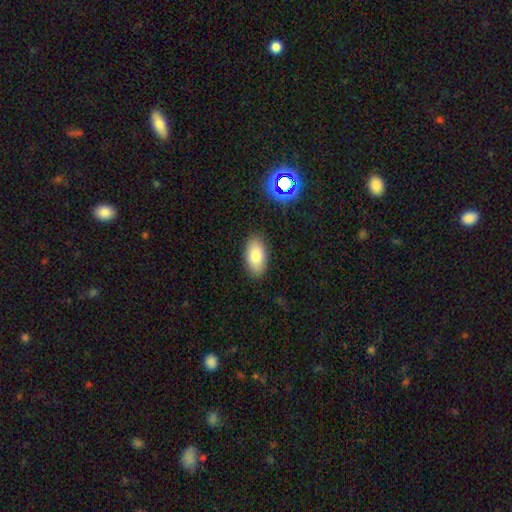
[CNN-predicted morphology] type=smooth (80%); roundness=in between (94%); merging=none (88%).